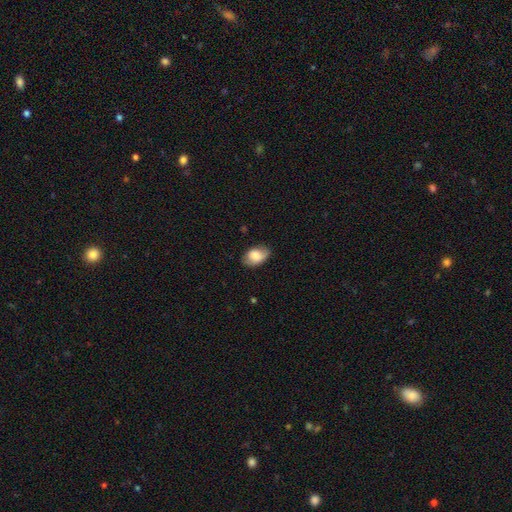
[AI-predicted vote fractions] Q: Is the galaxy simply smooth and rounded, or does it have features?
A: smooth — 78%.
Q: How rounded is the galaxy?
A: in between — 86%.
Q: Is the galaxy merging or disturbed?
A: none — 71%.